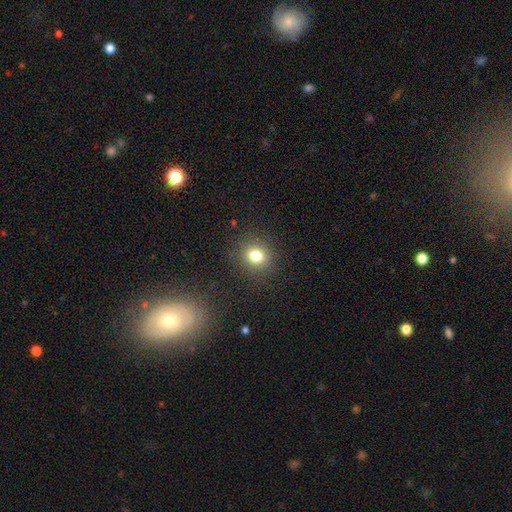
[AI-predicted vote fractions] This appears to be a smooth galaxy with no disk features (78%) that is round (80%). Merging: none (87%).